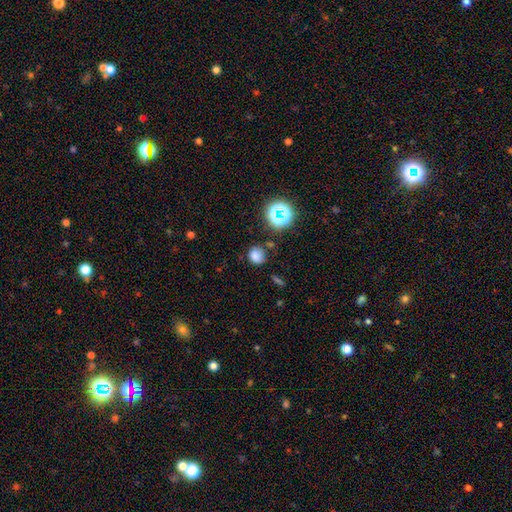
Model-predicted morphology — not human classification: This is likely a smooth galaxy (75%). How rounded: likely round (76%). Merging: likely none (72%).